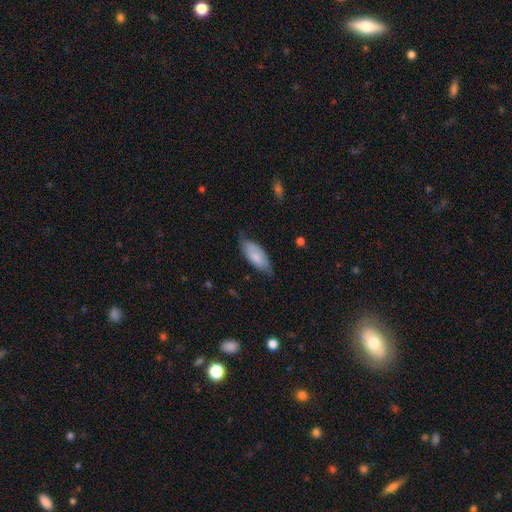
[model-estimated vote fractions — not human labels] Smooth or featured? smooth (76%)
How rounded? in between (82%)
Merging? none (62%)